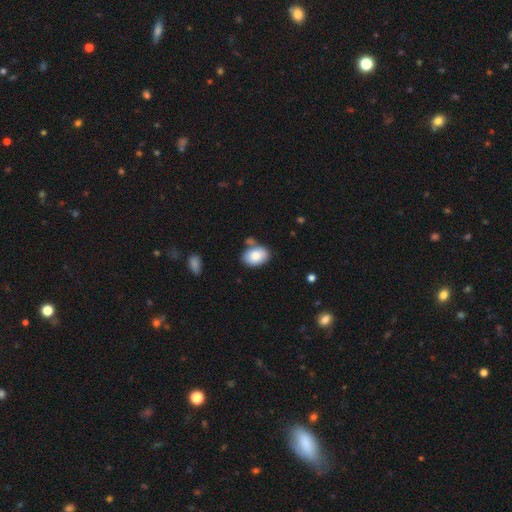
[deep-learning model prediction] smooth-or-featured: smooth: 84% | featured or disk: 9% | star or artifact: 7%
  how-rounded: in between: 84% | round: 15% | cigar-shaped: 1%
  merging: none: 68% | minor disturbance: 16% | merger: 11% | major disturbance: 4%